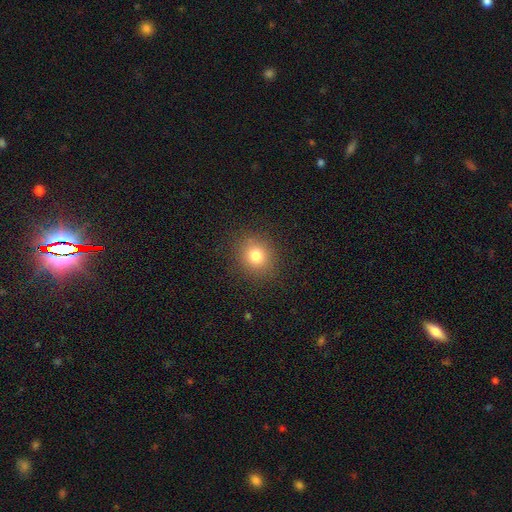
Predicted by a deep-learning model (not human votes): smooth 78%, star or artifact 13%, featured or disk 8%. Down the decision tree: how rounded — round (76%); merging — none (88%).